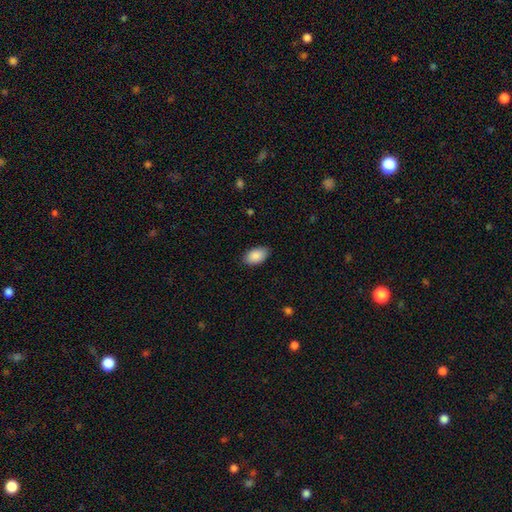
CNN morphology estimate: Smooth or featured: smooth — 89% (star or artifact — 6%)
How rounded: in between — 94% (round — 5%)
Merging: none — 85% (minor disturbance — 12%)